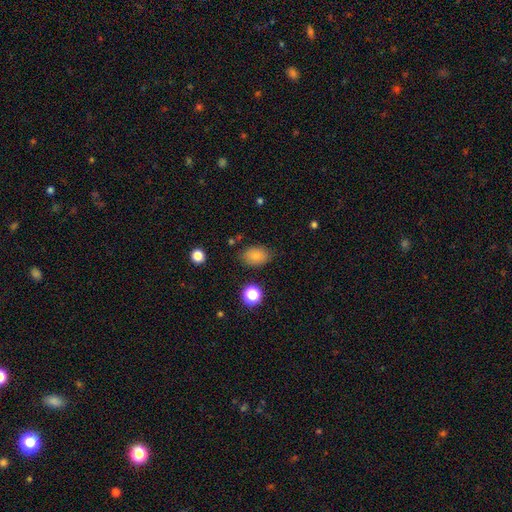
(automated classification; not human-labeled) smooth-or-featured: smooth: 81% | star or artifact: 11% | featured or disk: 8%
  how-rounded: in between: 79% | round: 20% | cigar-shaped: 1%
  merging: none: 79% | minor disturbance: 15% | major disturbance: 4% | merger: 2%